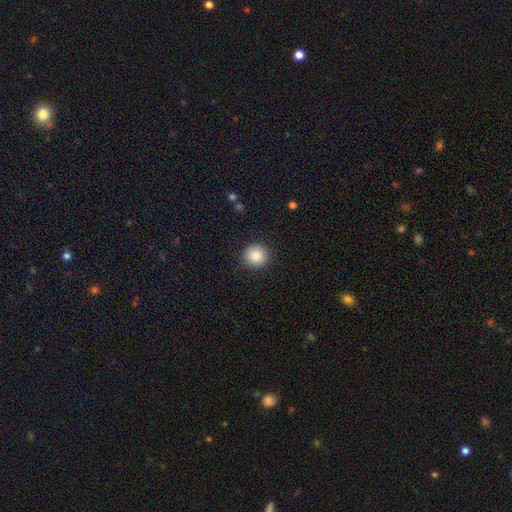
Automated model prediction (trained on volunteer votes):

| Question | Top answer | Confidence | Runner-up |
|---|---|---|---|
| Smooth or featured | smooth | 85% | star or artifact (9%) |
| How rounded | round | 94% | in between (5%) |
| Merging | none | 92% | minor disturbance (6%) |